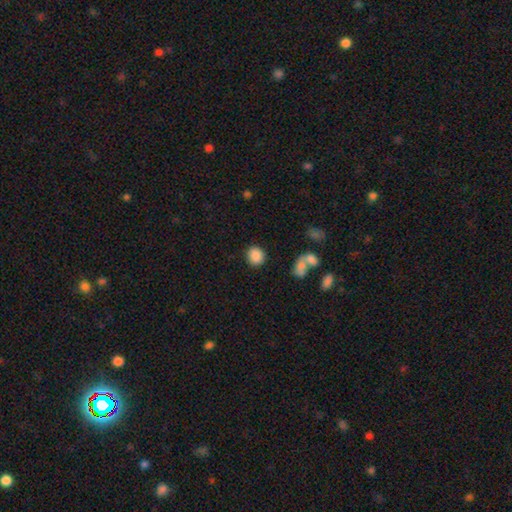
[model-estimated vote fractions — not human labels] Morphology: type=smooth (87%); roundness=round (75%); merging=none (84%).